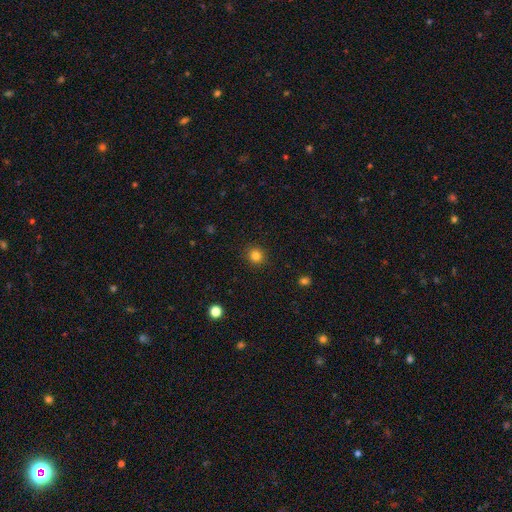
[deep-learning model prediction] Overall: smooth (82%). How rounded: round (89%). Merging: none (91%).